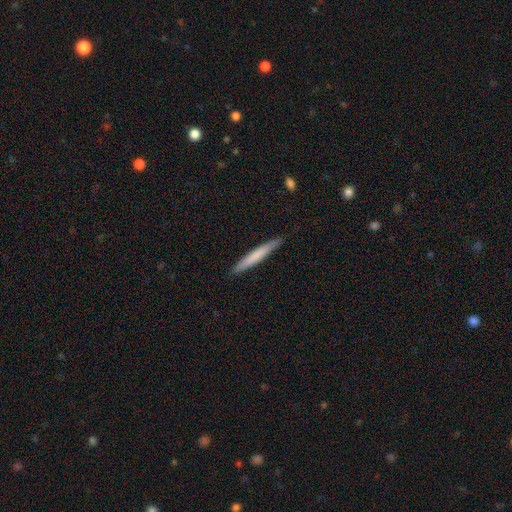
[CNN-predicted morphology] type=smooth (66%); roundness=cigar-shaped (96%); merging=none (90%).